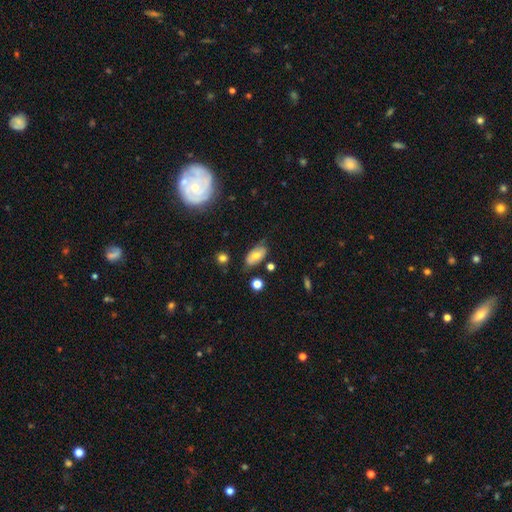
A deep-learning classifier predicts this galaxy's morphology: The model was most divided on "smooth or featured": smooth: 61%, featured or disk: 30%, star or artifact: 9%. More confident: how rounded — in between (90%); merging — none (67%).